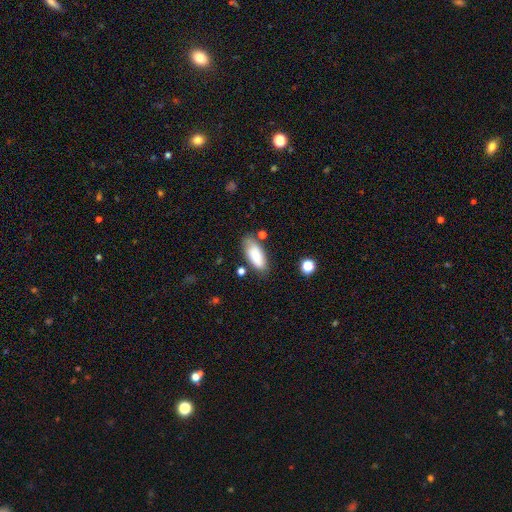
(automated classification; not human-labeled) Smooth or featured: smooth — 83% (featured or disk — 10%)
How rounded: in between — 83% (cigar-shaped — 15%)
Merging: none — 73% (minor disturbance — 17%)